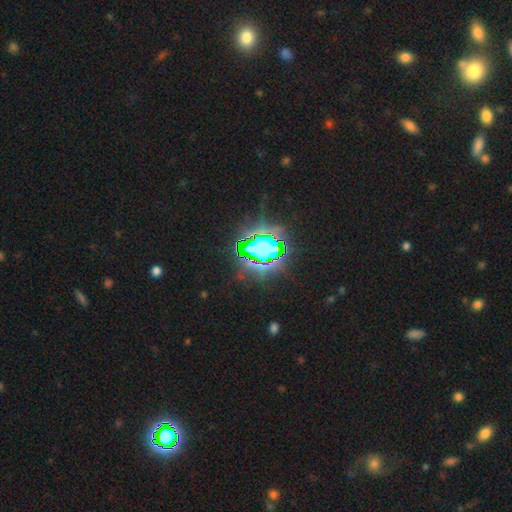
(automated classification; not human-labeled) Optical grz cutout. It shows a star or artifact, not a galaxy (81%).